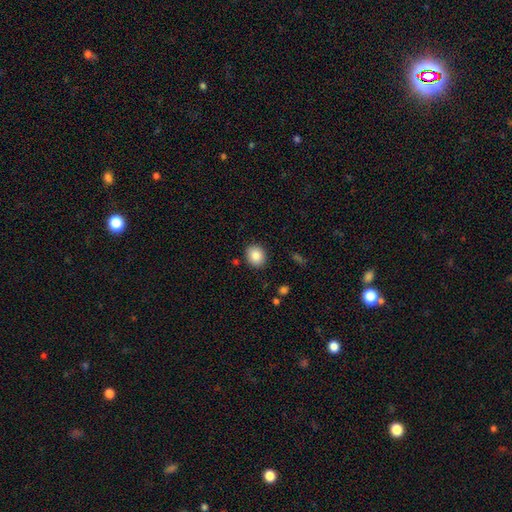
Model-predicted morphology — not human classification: A smooth galaxy with no disk features (86%) that is round (66%).

Vote fractions:
- Smooth or featured? smooth: 86% / star or artifact: 8% / featured or disk: 5%
- How rounded? round: 66% / in between: 33% / cigar-shaped: 1%
- Merging? none: 88% / minor disturbance: 8% / major disturbance: 2% / merger: 2%